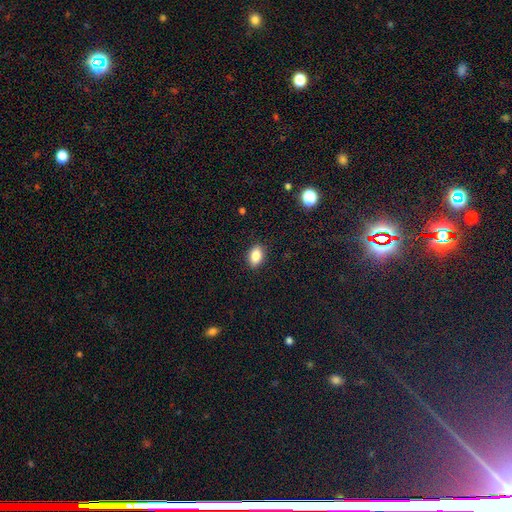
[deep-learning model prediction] A smooth galaxy with no disk features (85%) that is in between round and cigar-shaped (87%). Merging: none (88%).